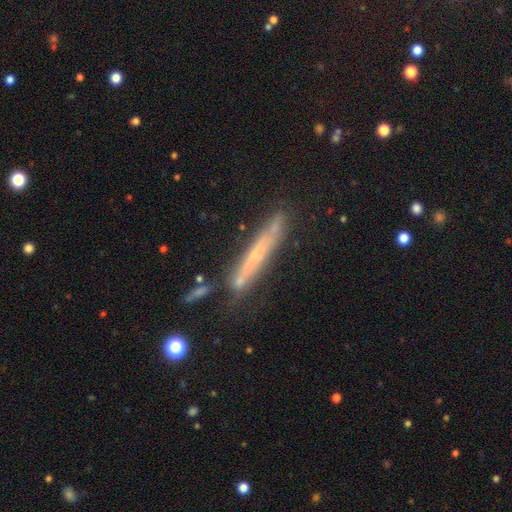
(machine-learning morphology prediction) featured or disk 59%, smooth 32%, star or artifact 8%. Down the decision tree: edge-on disk — yes (86%); edge-on bulge — none (56%); merging — none (74%).